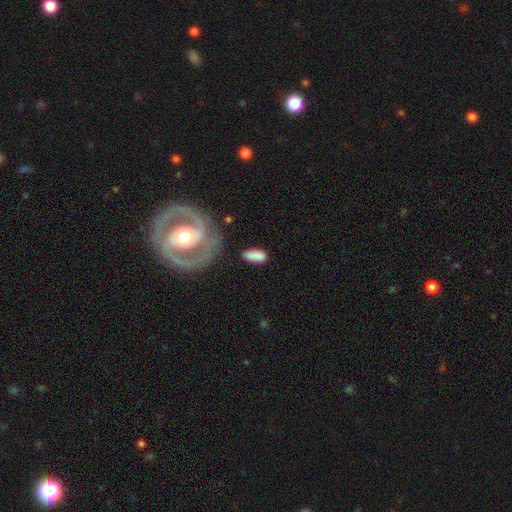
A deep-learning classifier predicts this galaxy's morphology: smooth 83%, featured or disk 10%, star or artifact 6%. Down the decision tree: how rounded — in between (86%); merging — none (70%).